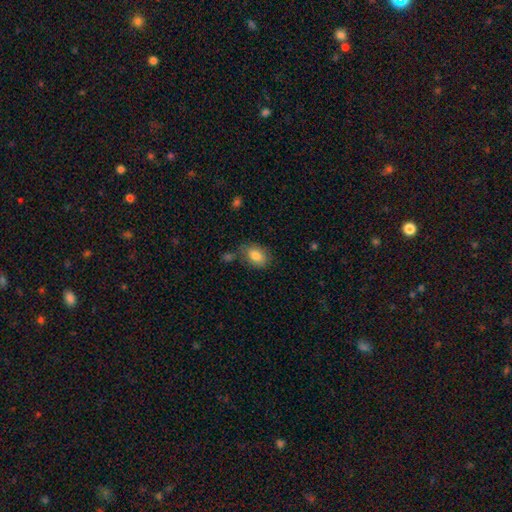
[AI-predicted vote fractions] smooth_or_featured: smooth (p=0.83) [alt: featured or disk p=0.09]
how_rounded: in between (p=0.75) [alt: round p=0.23]
merging: none (p=0.69) [alt: minor disturbance p=0.18]